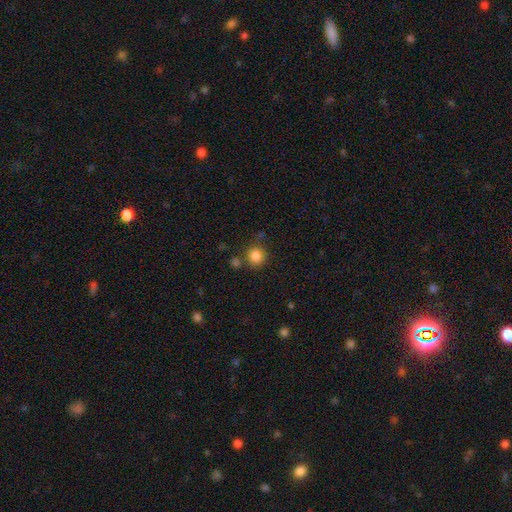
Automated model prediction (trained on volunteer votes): Smooth or featured?
  - smooth: 84% *
  - star or artifact: 11%
  - featured or disk: 5%
How rounded?
  - round: 89% *
  - in between: 10%
  - cigar-shaped: 1%
Merging?
  - none: 80% *
  - minor disturbance: 10%
  - merger: 7%
  - major disturbance: 3%